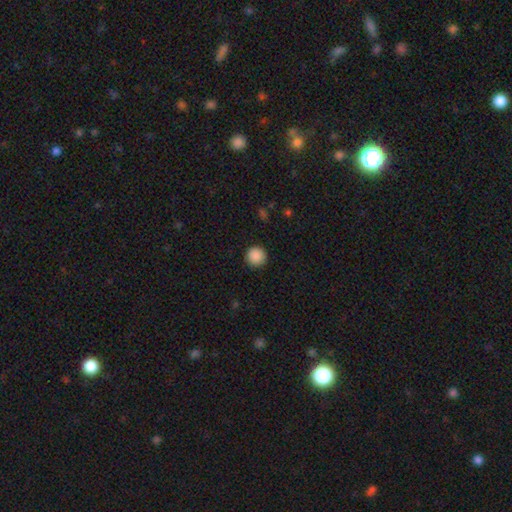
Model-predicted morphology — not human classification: Smooth or featured?
  - smooth: 89% *
  - star or artifact: 8%
  - featured or disk: 2%
How rounded?
  - round: 96% *
  - in between: 3%
  - cigar-shaped: 1%
Merging?
  - none: 91% *
  - minor disturbance: 6%
  - major disturbance: 2%
  - merger: 1%